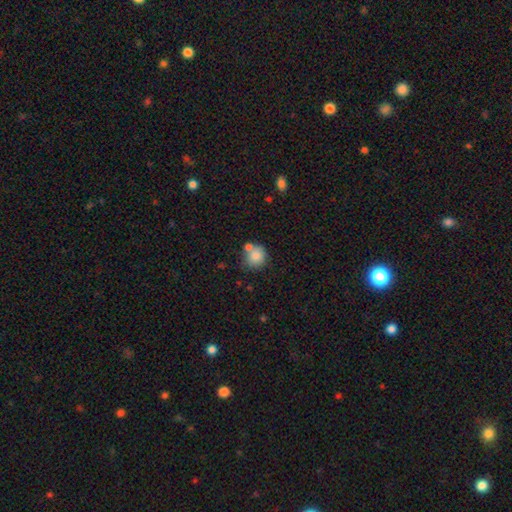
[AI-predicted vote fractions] Smooth or featured: smooth — 82% (featured or disk — 9%)
How rounded: round — 85% (in between — 14%)
Merging: none — 58% (merger — 22%)